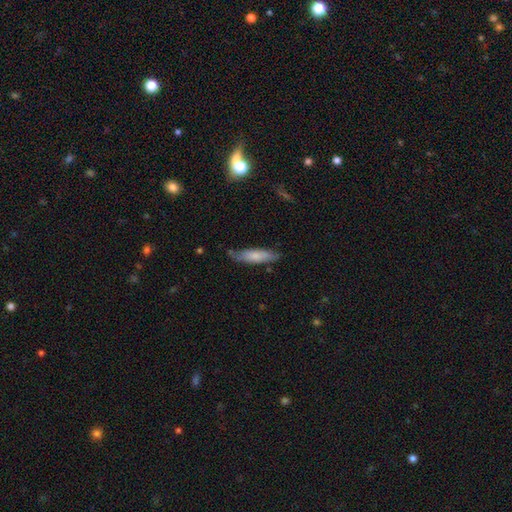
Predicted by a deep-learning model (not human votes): This appears to be a smooth galaxy with no disk features (68%) that is cigar-shaped (65%). Merging: none (72%).